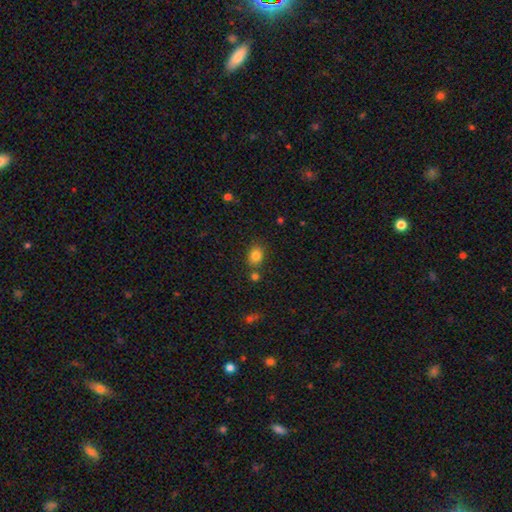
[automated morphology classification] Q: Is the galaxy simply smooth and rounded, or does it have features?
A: smooth — 83%.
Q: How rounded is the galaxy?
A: in between — 61%.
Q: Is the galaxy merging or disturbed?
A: none — 74%.